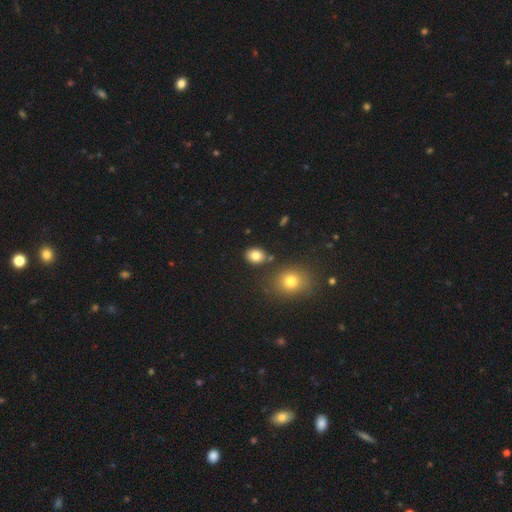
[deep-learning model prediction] Smooth or featured? smooth (82%)
How rounded? round (51%)
Merging? none (81%)